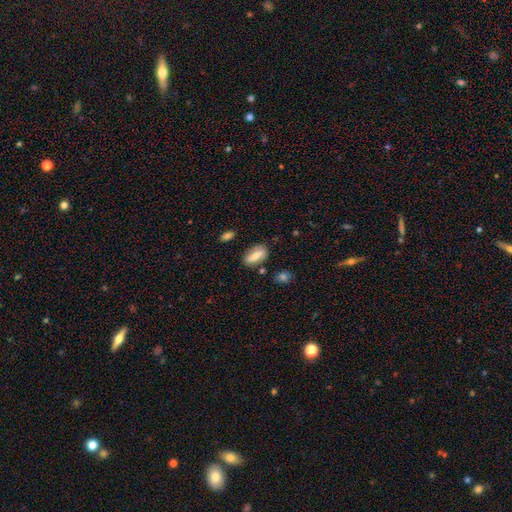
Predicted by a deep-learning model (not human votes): This is likely a smooth galaxy (67%). How rounded: likely in between (77%). Merging: likely none (76%).